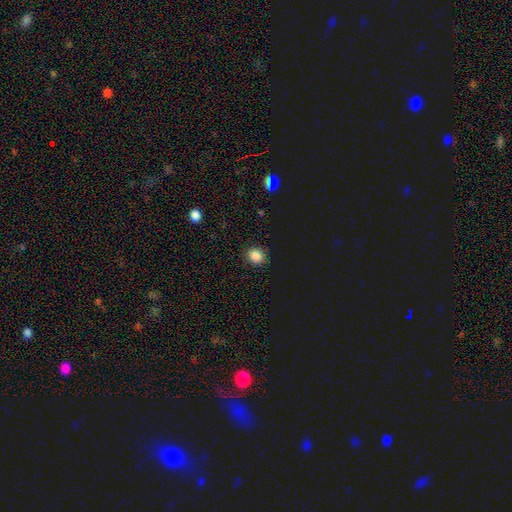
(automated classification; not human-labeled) smooth_or_featured: smooth (p=0.85) [alt: star or artifact p=0.12]
how_rounded: round (p=0.81) [alt: in between p=0.18]
merging: none (p=0.89) [alt: minor disturbance p=0.08]